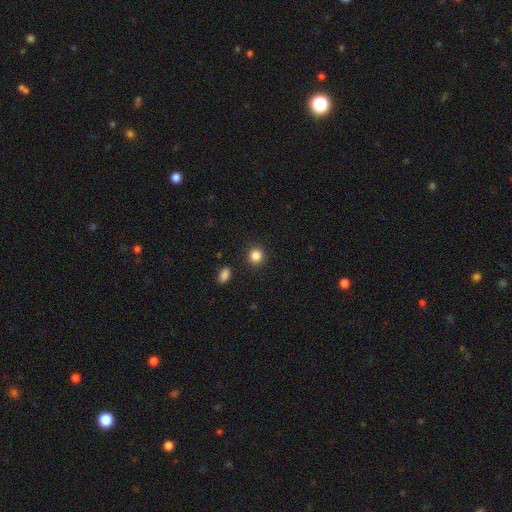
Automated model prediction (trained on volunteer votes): Overall: smooth (86%). How rounded: round (89%). Merging: none (91%).